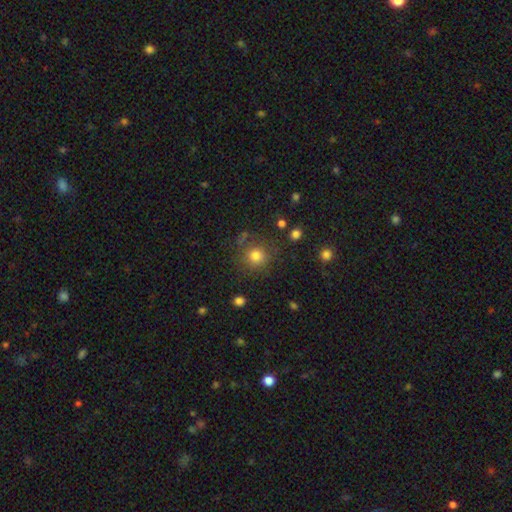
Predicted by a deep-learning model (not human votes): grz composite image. It shows a smooth galaxy with no disk features (79%) that is round (91%). Merging: none (80%).